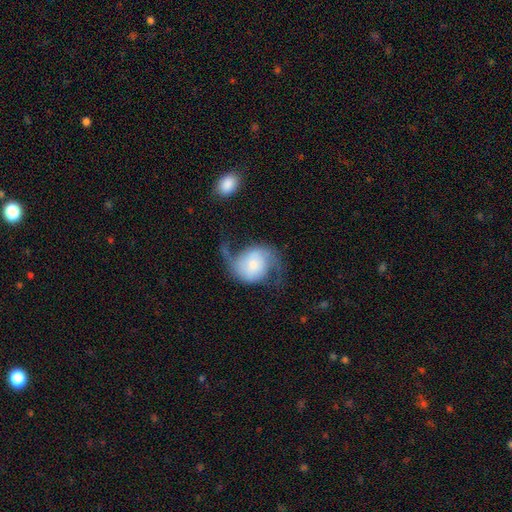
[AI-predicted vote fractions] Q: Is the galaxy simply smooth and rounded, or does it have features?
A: featured or disk — 77%.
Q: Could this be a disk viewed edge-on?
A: no — 98%.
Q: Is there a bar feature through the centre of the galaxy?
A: no — 64%.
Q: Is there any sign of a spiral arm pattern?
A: yes — 95%.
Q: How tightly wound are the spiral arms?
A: loose — 67%.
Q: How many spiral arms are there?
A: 2 — 92%.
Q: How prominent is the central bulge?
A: small — 45%.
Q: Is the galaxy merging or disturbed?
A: none — 57%.